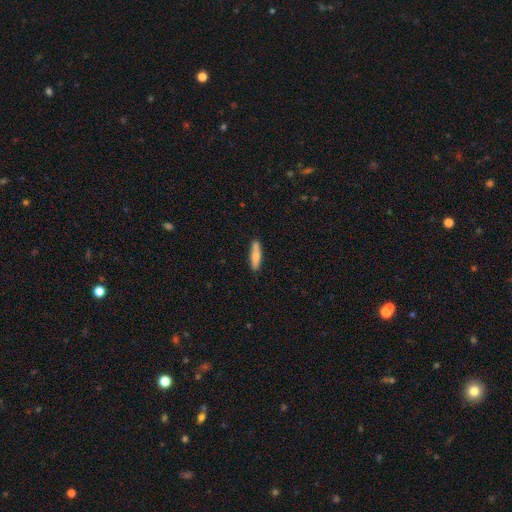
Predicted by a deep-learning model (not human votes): The model was most divided on "smooth or featured": smooth: 73%, featured or disk: 22%, star or artifact: 6%. More confident: merging — none (86%); how rounded — cigar-shaped (80%).